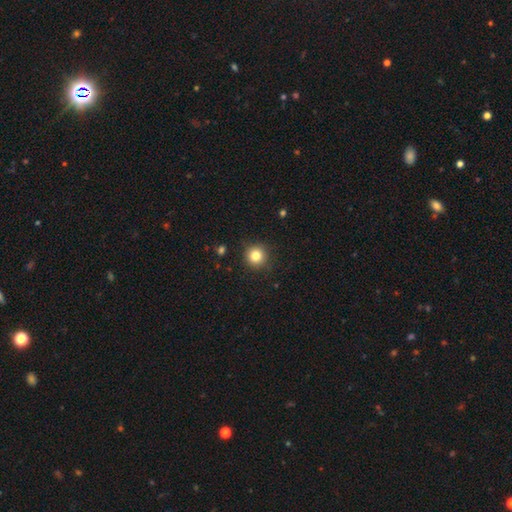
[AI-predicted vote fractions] Smooth or featured? Predicted: smooth (p=0.82). How rounded? Predicted: round (p=0.95). Merging? Predicted: none (p=0.90).